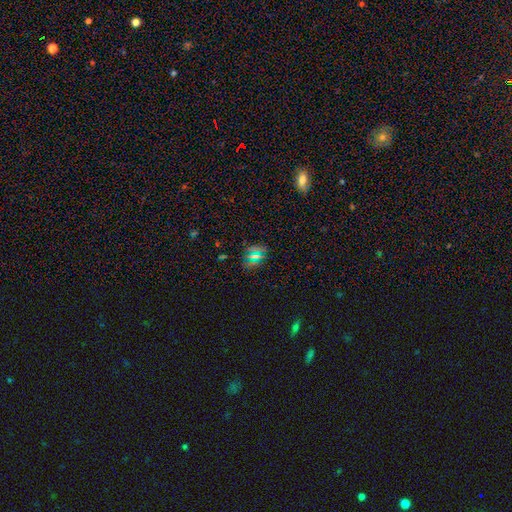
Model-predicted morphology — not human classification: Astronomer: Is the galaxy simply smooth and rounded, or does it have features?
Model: smooth — 53% (runner-up: star or artifact, 35%).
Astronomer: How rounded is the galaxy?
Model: round — 47% (runner-up: in between, 42%).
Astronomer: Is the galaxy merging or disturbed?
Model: none — 81%.